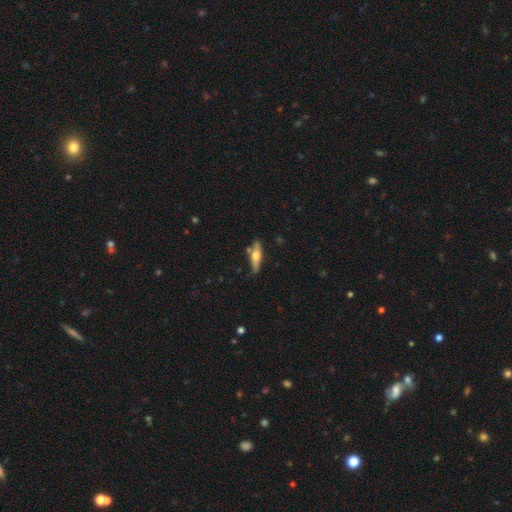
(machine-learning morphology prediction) smooth_or_featured: featured or disk (p=0.53) [alt: smooth p=0.41]
disk_edge_on: yes (p=0.89) [alt: no p=0.11]
merging: none (p=0.76) [alt: minor disturbance p=0.15]